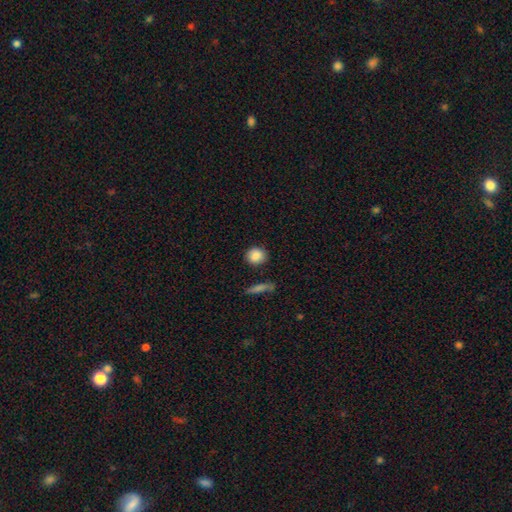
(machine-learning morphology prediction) smooth 87%, star or artifact 8%, featured or disk 6%. Down the decision tree: how rounded — round (79%); merging — none (85%).